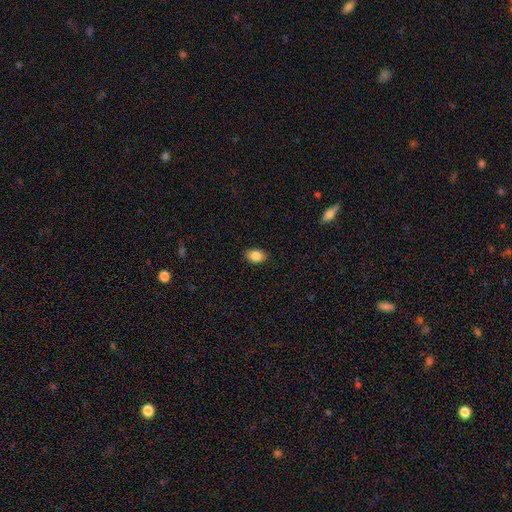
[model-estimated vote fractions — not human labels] This appears to be a smooth galaxy with no disk features (86%) that is in between round and cigar-shaped (87%). Merging: none (88%).